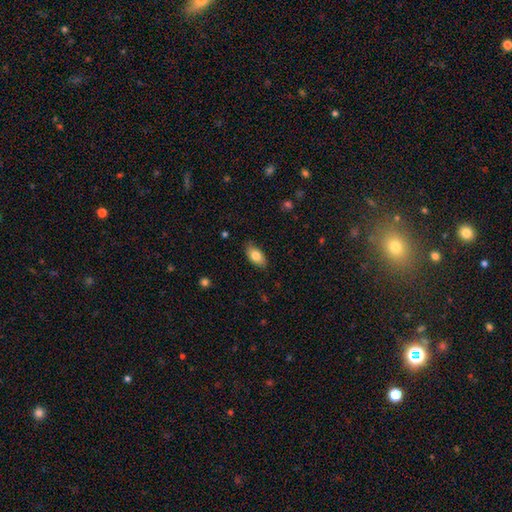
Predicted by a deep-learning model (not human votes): smooth_or_featured: smooth (p=0.80) [alt: featured or disk p=0.14]
how_rounded: in between (p=0.92) [alt: round p=0.04]
merging: none (p=0.82) [alt: minor disturbance p=0.14]